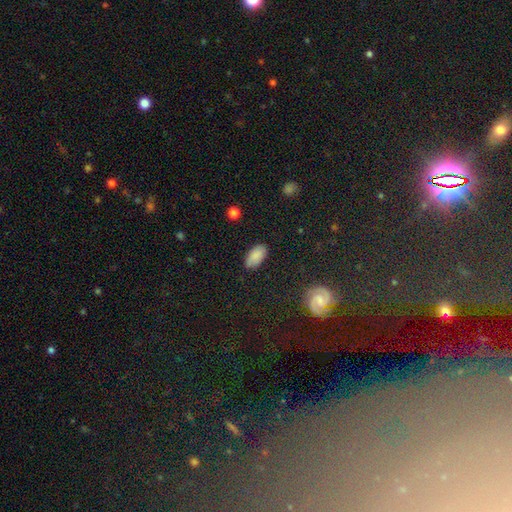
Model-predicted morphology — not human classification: Smooth or featured? smooth (85%)
How rounded? in between (94%)
Merging? none (82%)